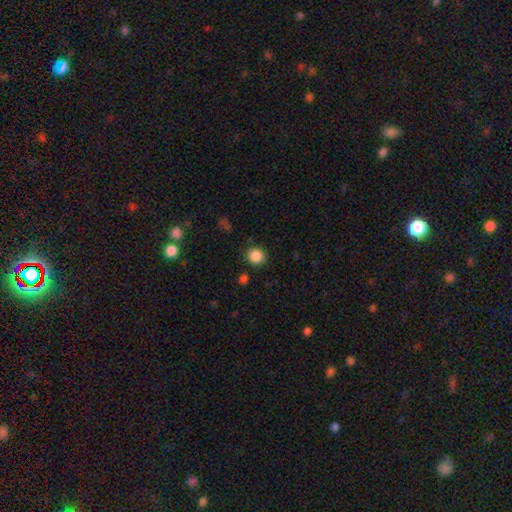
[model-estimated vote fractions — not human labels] This is clearly a smooth galaxy (87%). How rounded: clearly round (92%). Merging: clearly none (87%).